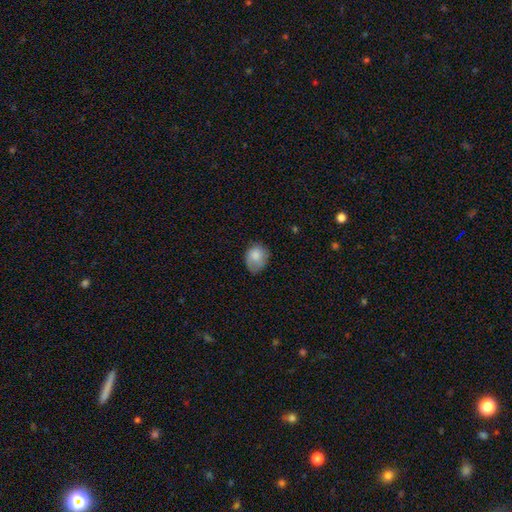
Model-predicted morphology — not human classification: A smooth galaxy with no disk features (81%) that is in between round and cigar-shaped (55%).

Vote fractions:
- Smooth or featured? smooth: 81% / featured or disk: 12% / star or artifact: 7%
- How rounded? in between: 55% / round: 44% / cigar-shaped: 1%
- Merging? none: 55% / minor disturbance: 34% / major disturbance: 10% / merger: 1%